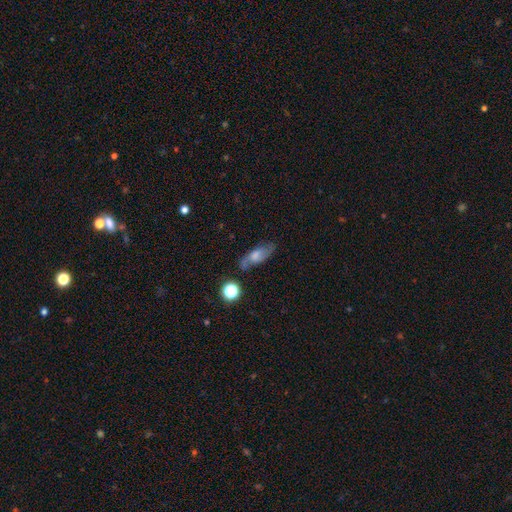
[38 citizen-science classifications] smooth 58%, featured or disk 37%, star or artifact 5%. Down the decision tree: how rounded — in between (59%); merging — none (61%).